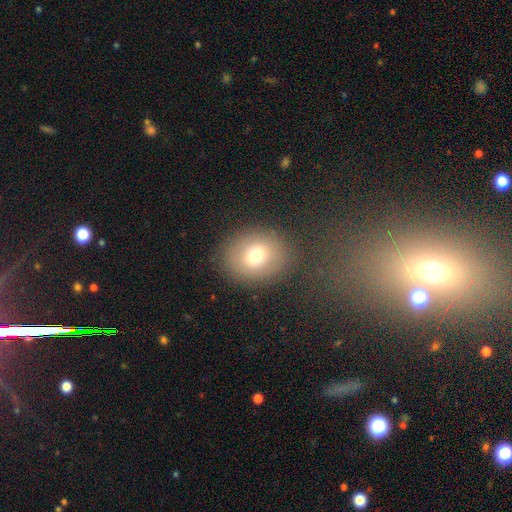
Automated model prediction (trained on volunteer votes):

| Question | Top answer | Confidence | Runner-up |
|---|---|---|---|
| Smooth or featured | smooth | 70% | featured or disk (17%) |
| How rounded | round | 59% | in between (40%) |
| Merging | none | 80% | minor disturbance (11%) |